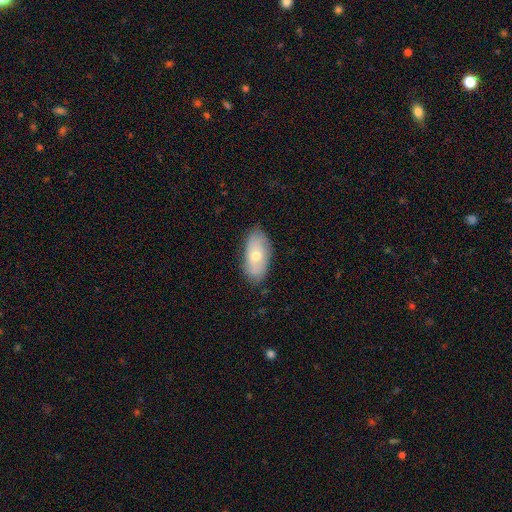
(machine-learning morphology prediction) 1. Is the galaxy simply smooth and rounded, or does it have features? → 62% smooth, 32% featured or disk, 7% star or artifact.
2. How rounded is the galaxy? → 91% in between, 6% cigar-shaped, 3% round.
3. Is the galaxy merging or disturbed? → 81% none, 15% minor disturbance, 3% major disturbance, 1% merger.